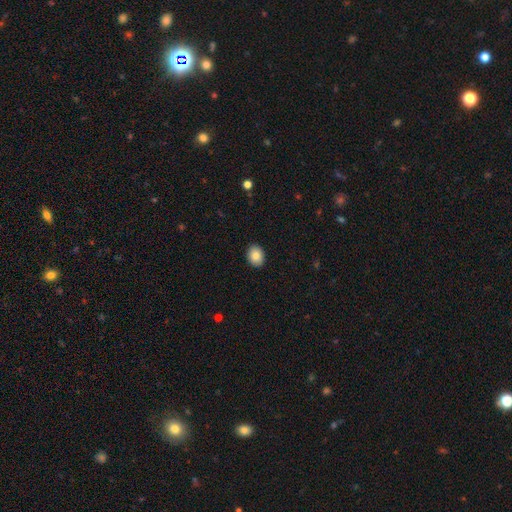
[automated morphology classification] smooth-or-featured: smooth: 86% | star or artifact: 8% | featured or disk: 7%
  how-rounded: in between: 58% | round: 41% | cigar-shaped: 1%
  merging: none: 91% | minor disturbance: 7% | major disturbance: 2% | merger: 1%